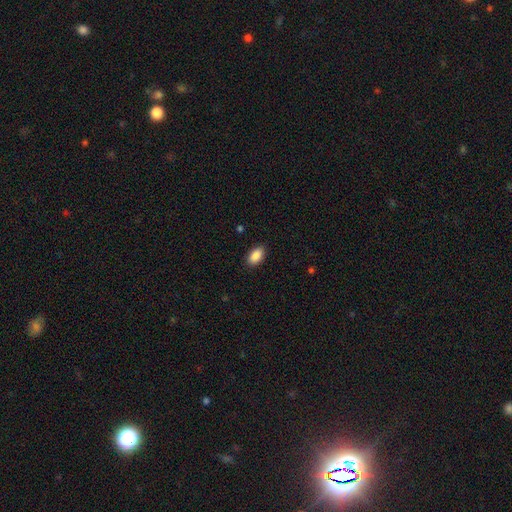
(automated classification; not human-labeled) smooth-or-featured: smooth: 90% | star or artifact: 7% | featured or disk: 3%
  how-rounded: in between: 93% | round: 5% | cigar-shaped: 2%
  merging: none: 89% | minor disturbance: 8% | major disturbance: 2% | merger: 1%